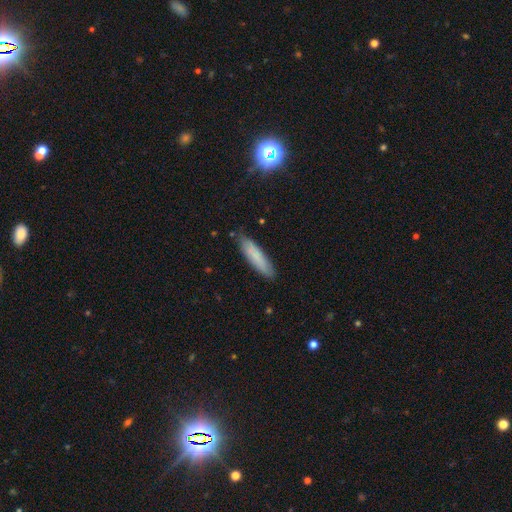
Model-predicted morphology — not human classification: A smooth galaxy with no disk features (76%) that is cigar-shaped (76%). Merging: none (83%).